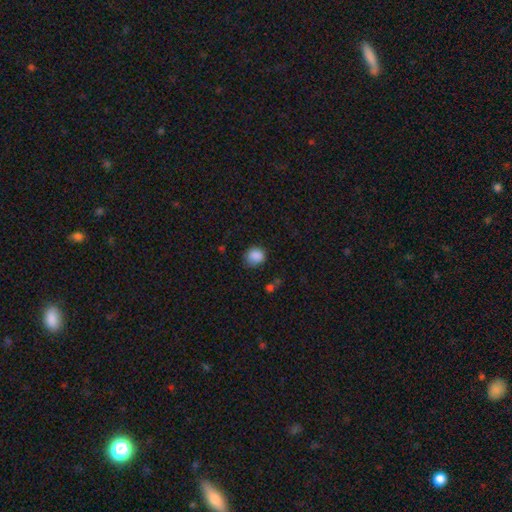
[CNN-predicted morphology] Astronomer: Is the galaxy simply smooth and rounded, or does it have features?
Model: smooth — 87%.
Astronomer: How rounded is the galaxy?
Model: round — 76%.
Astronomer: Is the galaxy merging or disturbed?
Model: none — 71%.